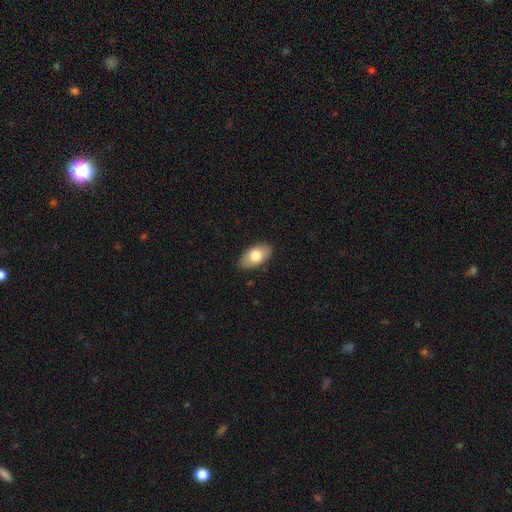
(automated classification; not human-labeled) Smooth or featured? smooth (76%)
How rounded? in between (94%)
Merging? none (87%)